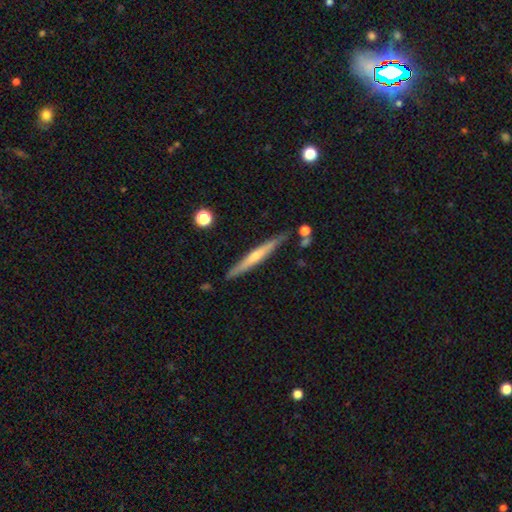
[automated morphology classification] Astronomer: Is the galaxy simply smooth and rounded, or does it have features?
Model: featured or disk — 59% (runner-up: smooth, 36%).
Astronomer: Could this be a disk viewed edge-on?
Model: yes — 96%.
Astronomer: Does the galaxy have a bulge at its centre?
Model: rounded — 59% (runner-up: none, 36%).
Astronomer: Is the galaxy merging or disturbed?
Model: none — 83%.